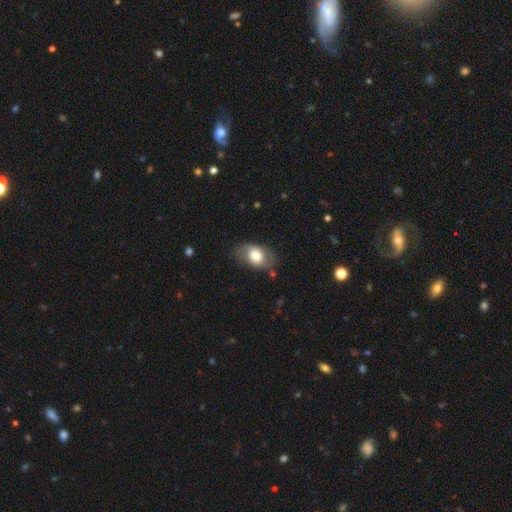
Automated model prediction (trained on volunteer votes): Q: Smooth or featured?
A: smooth (73%); runner-up: featured or disk (21%)
Q: How rounded?
A: in between (83%); runner-up: round (16%)
Q: Merging?
A: none (75%); runner-up: minor disturbance (17%)